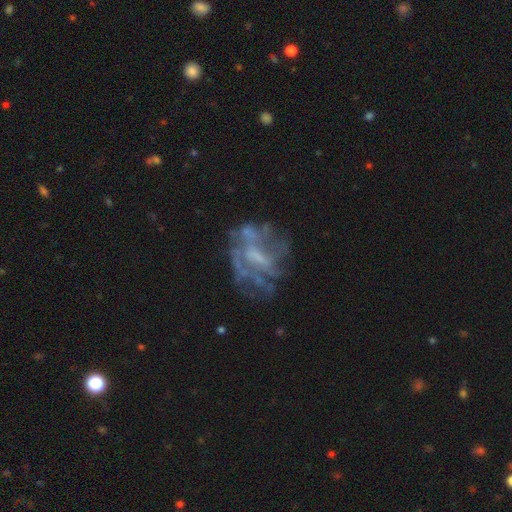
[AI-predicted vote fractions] The model was most divided on "bulge size": none: 40%, moderate: 28%, small: 28%, large: 3%, dominant: 1%. More confident: edge-on disk — no (97%); smooth or featured — featured or disk (72%); spiral arms — no (61%); bar — no (51%); merging — none (51%).